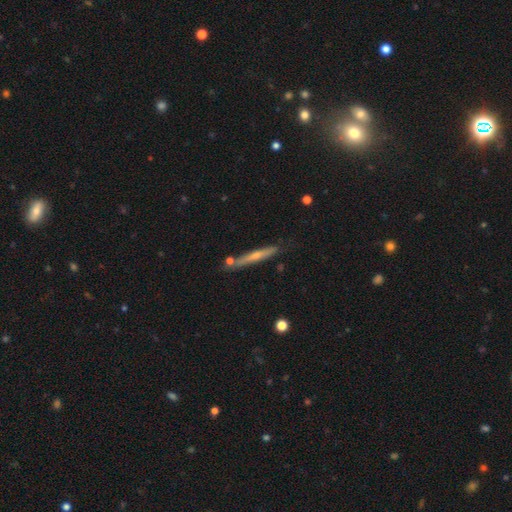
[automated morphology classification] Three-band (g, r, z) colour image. It shows a featured or disk galaxy (53%) viewed edge-on (94%). Merging: none (79%).